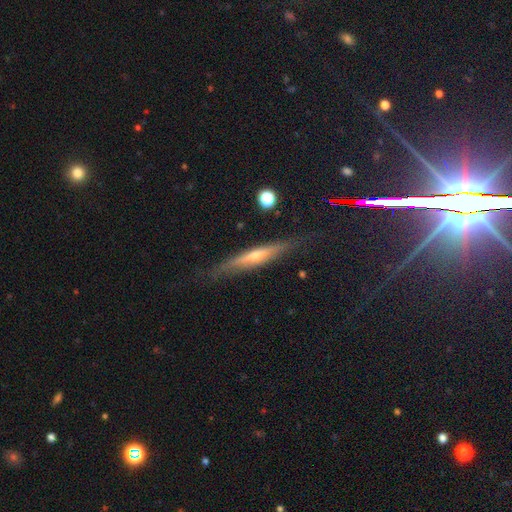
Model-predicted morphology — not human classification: Smooth or featured: featured or disk — 63% (smooth — 22%)
Edge-on disk: yes — 92% (no — 8%)
Edge-on bulge: rounded — 74% (none — 20%)
Merging: none — 82% (minor disturbance — 13%)